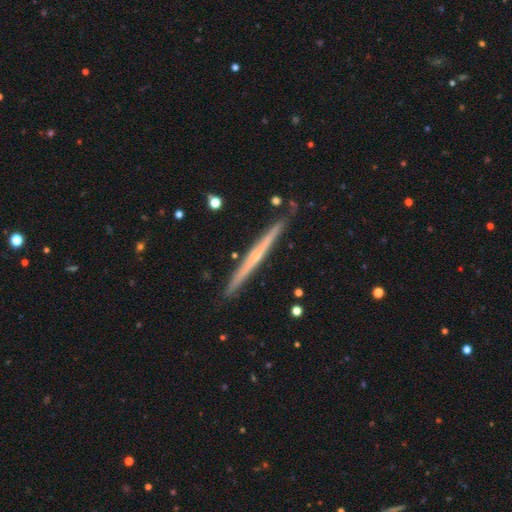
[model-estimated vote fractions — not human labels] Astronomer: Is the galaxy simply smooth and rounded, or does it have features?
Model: featured or disk — 71%.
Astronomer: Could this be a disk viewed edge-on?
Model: yes — 98%.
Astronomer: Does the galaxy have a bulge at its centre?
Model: none — 55% (runner-up: rounded, 41%).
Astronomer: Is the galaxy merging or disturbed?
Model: none — 89%.